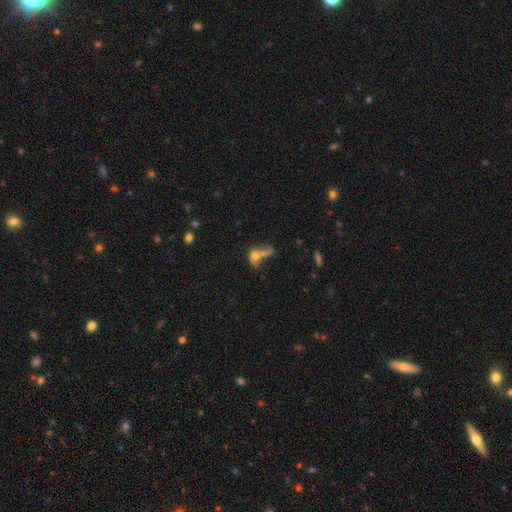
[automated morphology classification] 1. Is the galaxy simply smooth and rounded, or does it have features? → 62% smooth, 24% featured or disk, 14% star or artifact.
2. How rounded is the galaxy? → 58% in between, 36% round, 6% cigar-shaped.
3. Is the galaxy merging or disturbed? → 55% merger, 20% none, 16% major disturbance, 10% minor disturbance.